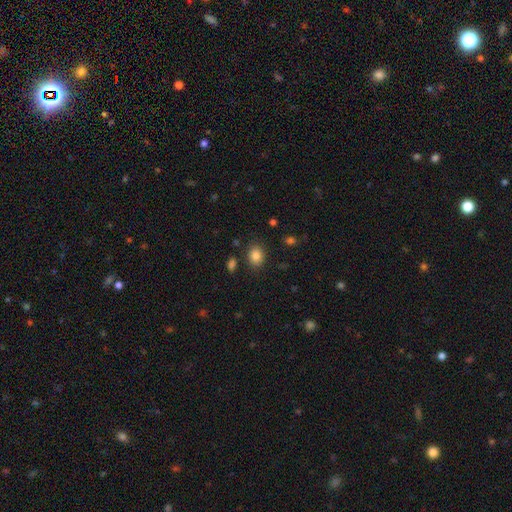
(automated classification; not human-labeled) smooth-or-featured: smooth: 84% | star or artifact: 10% | featured or disk: 5%
  how-rounded: in between: 50% | round: 49% | cigar-shaped: 1%
  merging: none: 84% | minor disturbance: 10% | major disturbance: 3% | merger: 3%